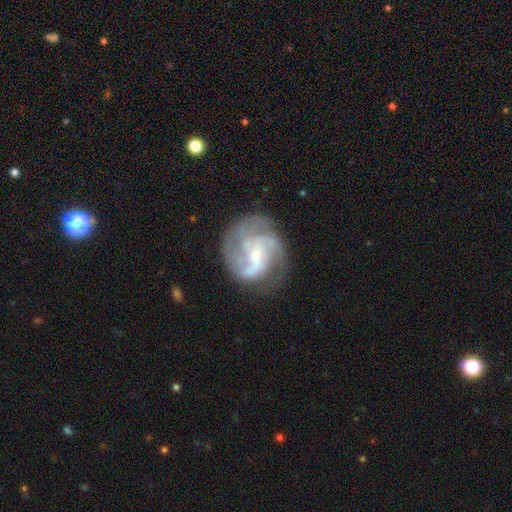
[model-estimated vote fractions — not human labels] smooth_or_featured: featured or disk (p=0.85) [alt: smooth p=0.09]
disk_edge_on: no (p=0.98) [alt: yes p=0.02]
bar: weak (p=0.44) [alt: no p=0.40]
has_spiral_arms: yes (p=0.96) [alt: no p=0.04]
spiral_winding: medium (p=0.49) [alt: tight p=0.30]
spiral_arm_count: 3 (p=0.38) [alt: 2 p=0.21]
bulge_size: small (p=0.73) [alt: moderate p=0.21]
merging: none (p=0.70) [alt: minor disturbance p=0.17]